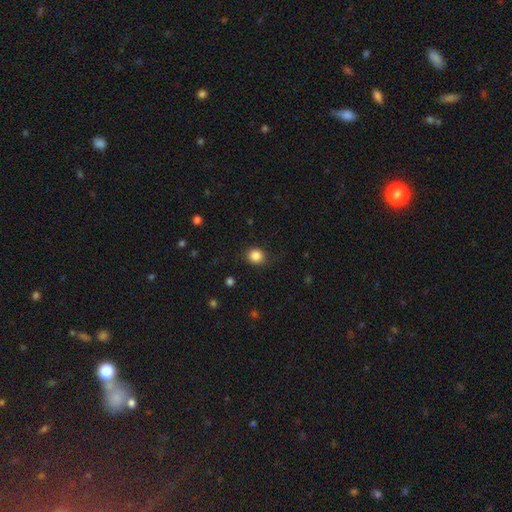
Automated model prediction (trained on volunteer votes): Smooth or featured?
  - smooth: 85% *
  - star or artifact: 11%
  - featured or disk: 4%
How rounded?
  - round: 82% *
  - in between: 17%
  - cigar-shaped: 1%
Merging?
  - none: 85% *
  - minor disturbance: 11%
  - major disturbance: 3%
  - merger: 1%